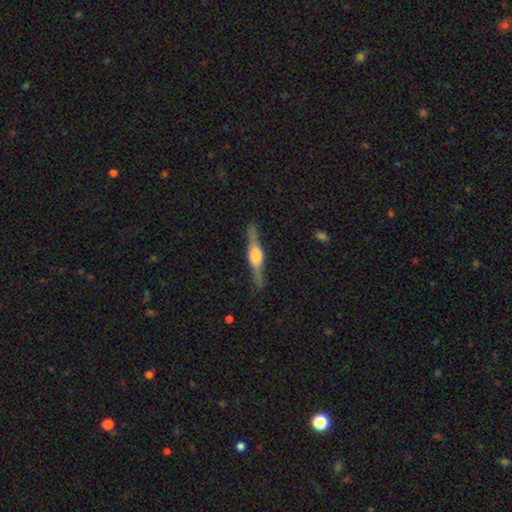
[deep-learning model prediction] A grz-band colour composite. It shows a featured or disk galaxy (77%) viewed edge-on (97%) with a rounded central bulge (83%). Merging: none (87%).